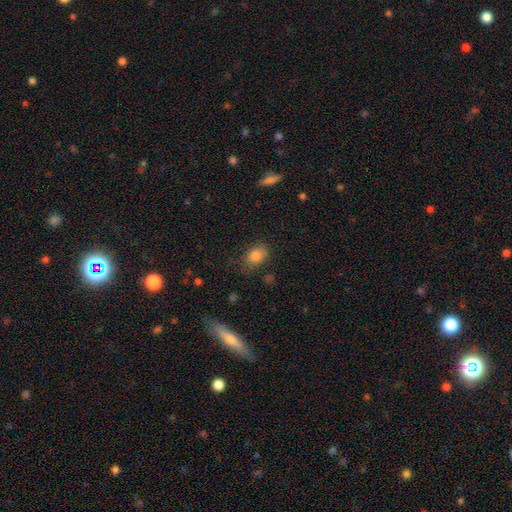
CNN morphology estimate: Overall: smooth (82%). How rounded: in between (70%). Merging: none (69%).